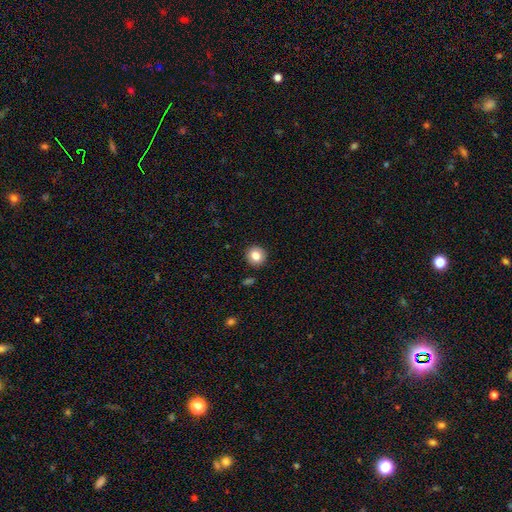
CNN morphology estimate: Q: Smooth or featured?
A: smooth (82%); runner-up: star or artifact (9%)
Q: How rounded?
A: round (89%); runner-up: in between (11%)
Q: Merging?
A: none (91%); runner-up: minor disturbance (6%)